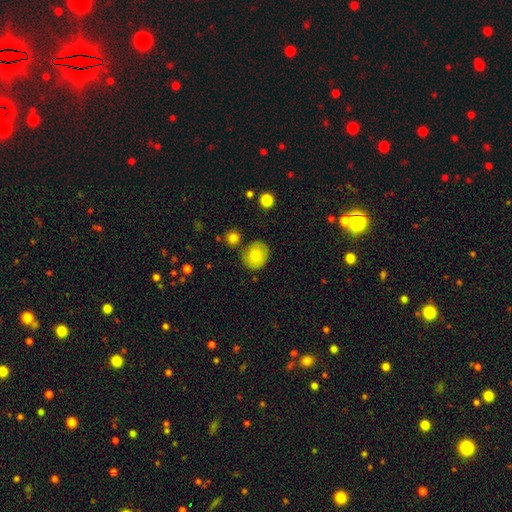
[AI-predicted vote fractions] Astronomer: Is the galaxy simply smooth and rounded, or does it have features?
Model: smooth — 79%.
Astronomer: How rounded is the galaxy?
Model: round — 72%.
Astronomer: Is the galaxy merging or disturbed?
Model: none — 73%.